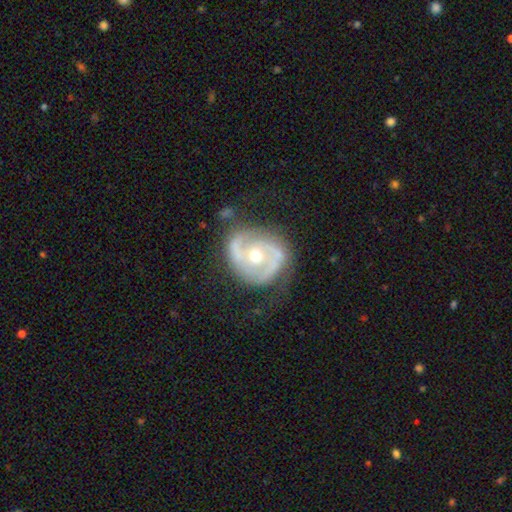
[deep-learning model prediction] Overall: featured or disk (85%). Edge-on disk: no (97%). Bar: no (63%; weak 26%). Spiral arms: yes (91%). Spiral arm count: 2 (77%). Spiral winding: medium (45%; tight 38%). Bulge size: moderate (64%; small 32%). Merging: none (68%).